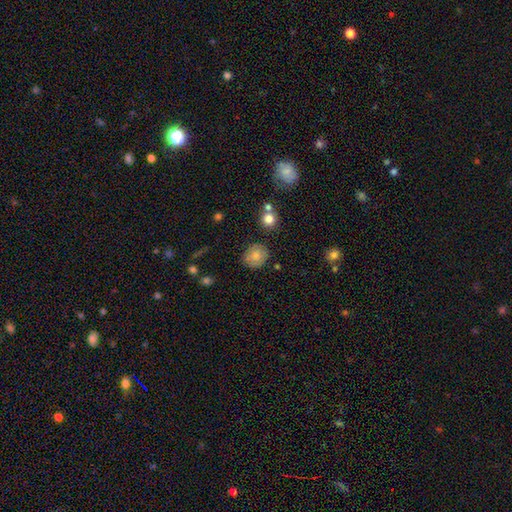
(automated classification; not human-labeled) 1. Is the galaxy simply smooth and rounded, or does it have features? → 79% smooth, 12% featured or disk, 9% star or artifact.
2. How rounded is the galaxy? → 82% round, 17% in between, 1% cigar-shaped.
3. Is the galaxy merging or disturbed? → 79% none, 14% minor disturbance, 4% merger, 3% major disturbance.